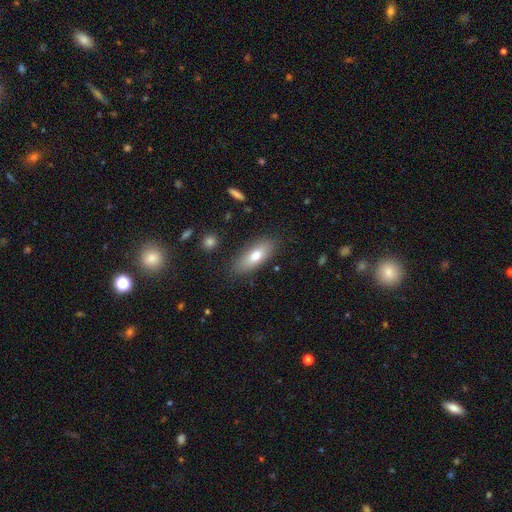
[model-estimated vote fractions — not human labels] This appears to be a smooth galaxy with no disk features (74%) that is in between round and cigar-shaped (72%). Merging: none (83%).